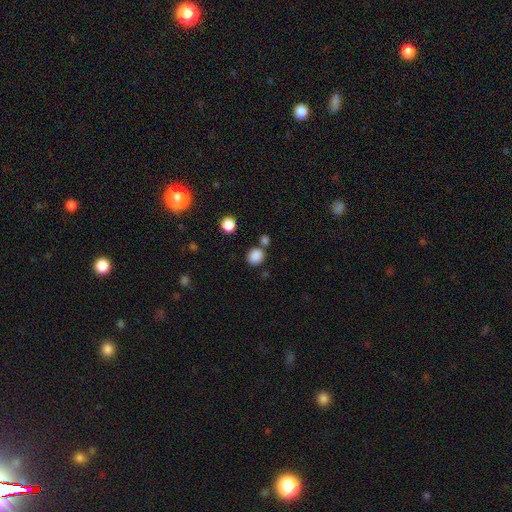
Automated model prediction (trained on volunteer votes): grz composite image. It shows a smooth galaxy with no disk features (85%) that is round (76%). Merging: none (73%).